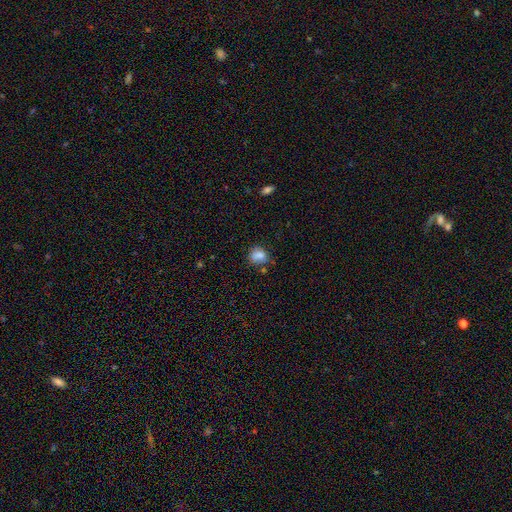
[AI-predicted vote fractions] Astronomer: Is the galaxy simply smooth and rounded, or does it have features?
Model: smooth — 79%.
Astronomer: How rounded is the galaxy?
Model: round — 59% (runner-up: in between, 40%).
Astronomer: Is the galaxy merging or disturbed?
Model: none — 59%.